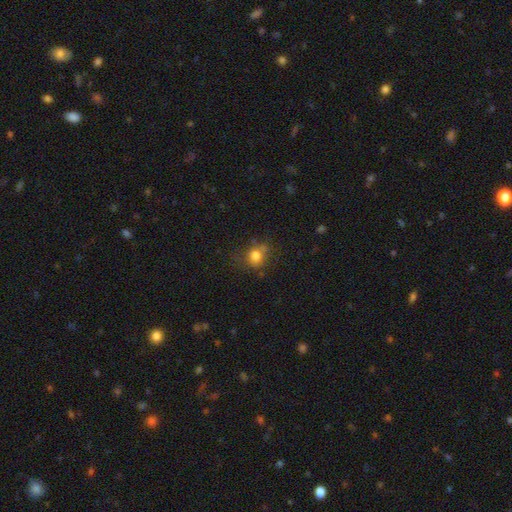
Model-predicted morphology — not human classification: Q: Smooth or featured?
A: smooth (78%); runner-up: star or artifact (13%)
Q: How rounded?
A: round (71%); runner-up: in between (28%)
Q: Merging?
A: none (66%); runner-up: minor disturbance (22%)